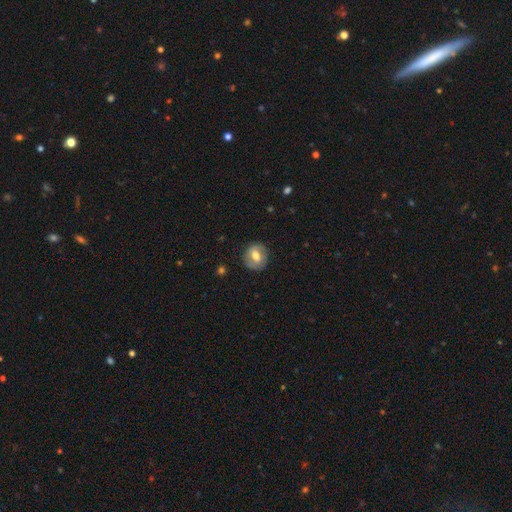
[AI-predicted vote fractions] The model was most divided on "smooth or featured": smooth: 55%, featured or disk: 38%, star or artifact: 7%. More confident: merging — none (84%); how rounded — round (73%).